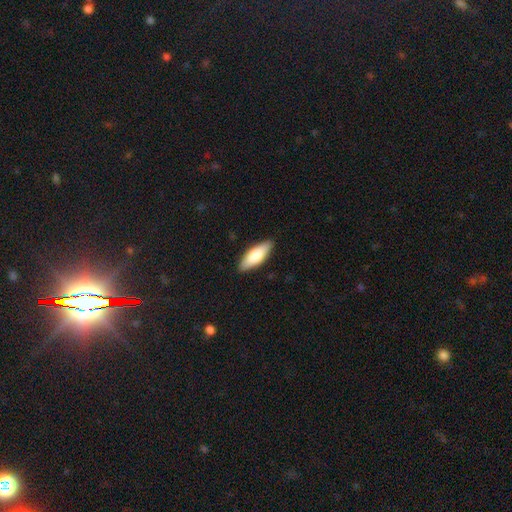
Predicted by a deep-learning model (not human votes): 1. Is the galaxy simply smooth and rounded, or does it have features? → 76% smooth, 19% featured or disk, 5% star or artifact.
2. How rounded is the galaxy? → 69% in between, 29% cigar-shaped, 2% round.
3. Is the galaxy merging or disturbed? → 87% none, 10% minor disturbance, 2% major disturbance, 1% merger.